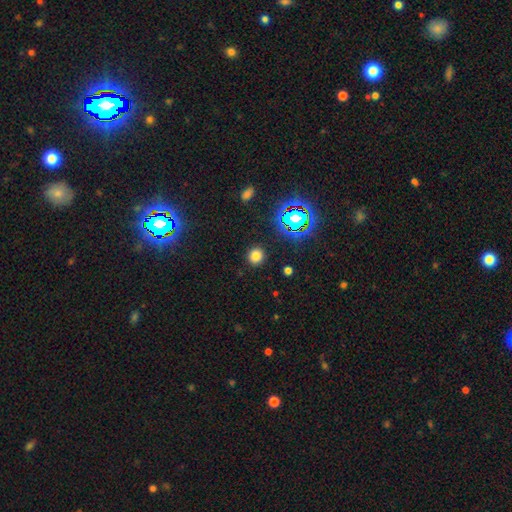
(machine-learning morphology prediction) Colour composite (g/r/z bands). It shows a smooth galaxy with no disk features (75%) that is round (90%). Merging: none (90%).